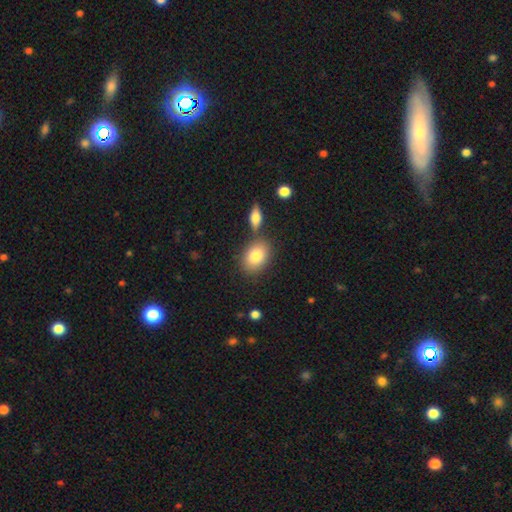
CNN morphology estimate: This appears to be a smooth galaxy with no disk features (82%) that is in between round and cigar-shaped (77%). Merging: none (71%).